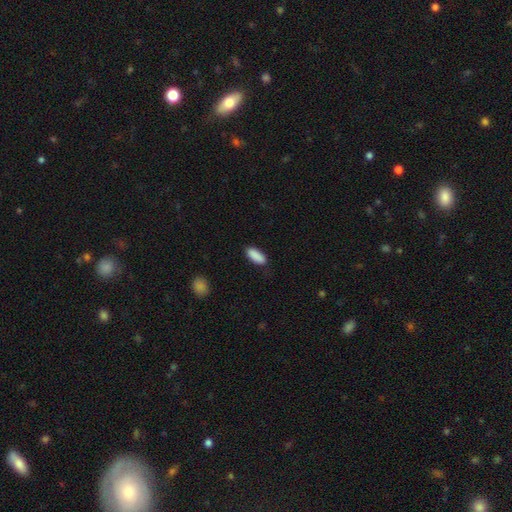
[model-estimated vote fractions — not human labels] smooth_or_featured: smooth (p=0.90) [alt: star or artifact p=0.06]
how_rounded: in between (p=0.76) [alt: cigar-shaped p=0.22]
merging: none (p=0.85) [alt: minor disturbance p=0.11]